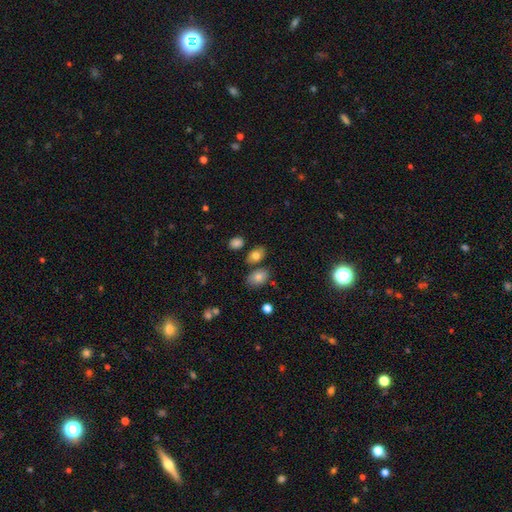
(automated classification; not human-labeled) The model was most divided on "merging": none: 71%, merger: 13%, minor disturbance: 12%, major disturbance: 4%. More confident: how rounded — in between (82%); smooth or featured — smooth (80%).